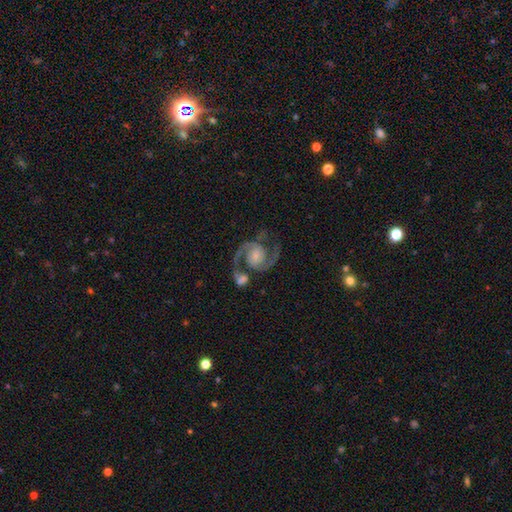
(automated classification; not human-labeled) Q: Smooth or featured?
A: featured or disk (92%); runner-up: star or artifact (5%)
Q: Edge-on disk?
A: no (98%); runner-up: yes (2%)
Q: Bar?
A: no (59%); runner-up: weak (30%)
Q: Spiral arms?
A: yes (98%); runner-up: no (2%)
Q: Spiral winding?
A: medium (61%); runner-up: tight (25%)
Q: Spiral arm count?
A: 2 (94%); runner-up: 3 (2%)
Q: Bulge size?
A: small (46%); runner-up: moderate (33%)
Q: Merging?
A: none (68%); runner-up: minor disturbance (13%)